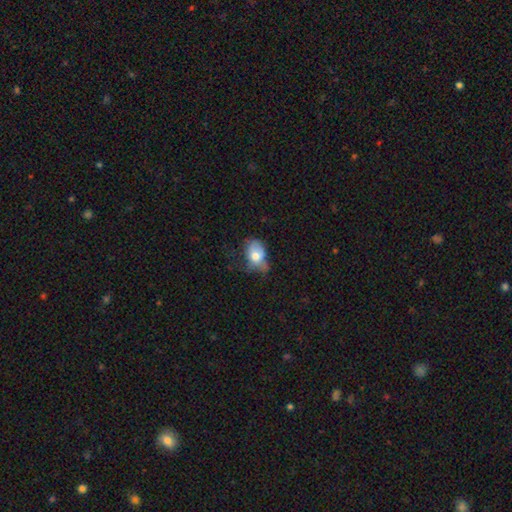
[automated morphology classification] Smooth or featured? smooth (68%)
How rounded? in between (76%)
Merging? minor disturbance (37%)